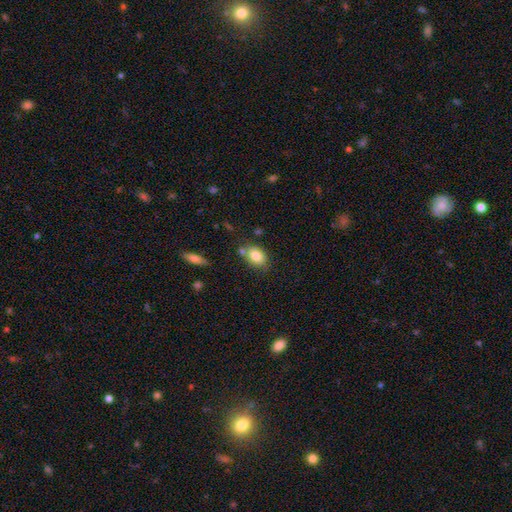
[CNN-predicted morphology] smooth_or_featured: smooth (p=0.83) [alt: featured or disk p=0.09]
how_rounded: in between (p=0.79) [alt: round p=0.19]
merging: none (p=0.69) [alt: minor disturbance p=0.16]